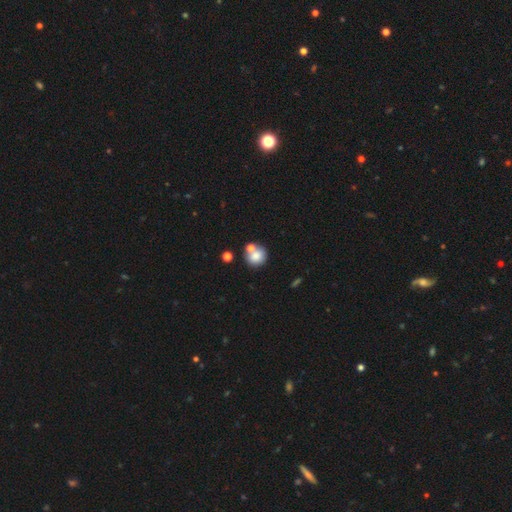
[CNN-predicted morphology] Q: Smooth or featured?
A: smooth (78%); runner-up: featured or disk (12%)
Q: How rounded?
A: round (81%); runner-up: in between (18%)
Q: Merging?
A: none (53%); runner-up: merger (32%)